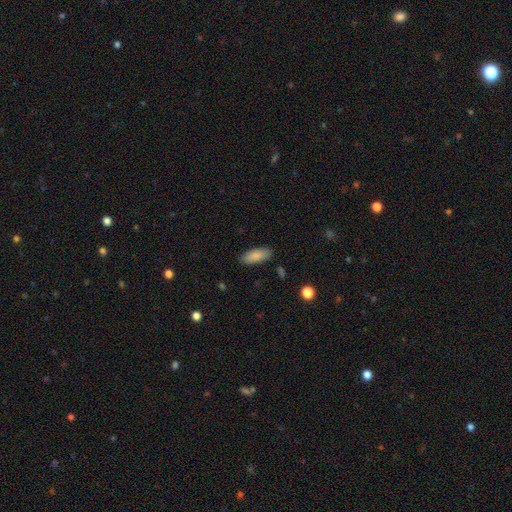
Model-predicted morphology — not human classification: smooth_or_featured: smooth (p=0.86) [alt: featured or disk p=0.08]
how_rounded: in between (p=0.78) [alt: cigar-shaped p=0.21]
merging: none (p=0.87) [alt: minor disturbance p=0.10]